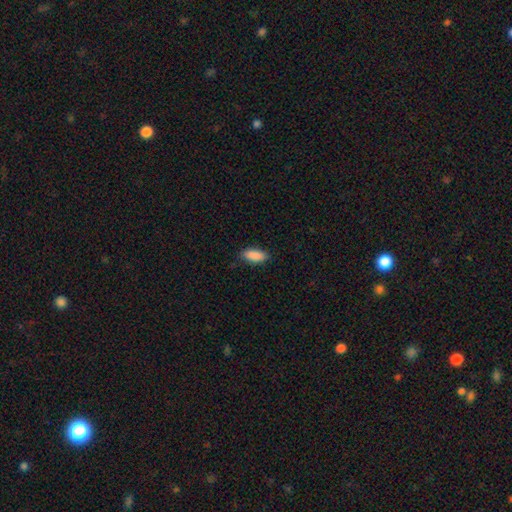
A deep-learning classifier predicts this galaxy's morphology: Smooth or featured?
  - smooth: 90% *
  - star or artifact: 6%
  - featured or disk: 4%
How rounded?
  - in between: 83% *
  - cigar-shaped: 15%
  - round: 2%
Merging?
  - none: 84% *
  - minor disturbance: 13%
  - major disturbance: 2%
  - merger: 1%